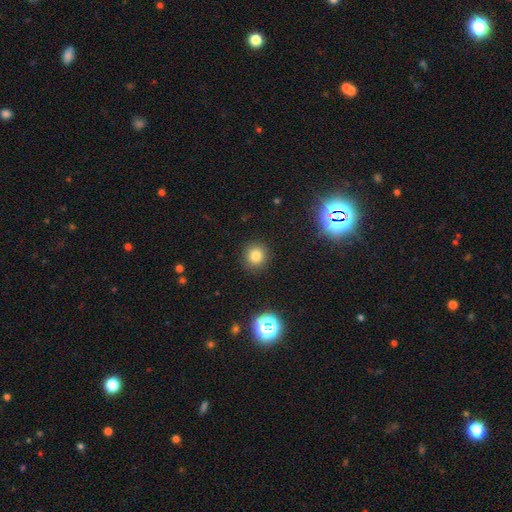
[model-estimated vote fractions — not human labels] smooth_or_featured: smooth (p=0.77) [alt: star or artifact p=0.16]
how_rounded: round (p=0.92) [alt: in between p=0.07]
merging: none (p=0.90) [alt: minor disturbance p=0.06]